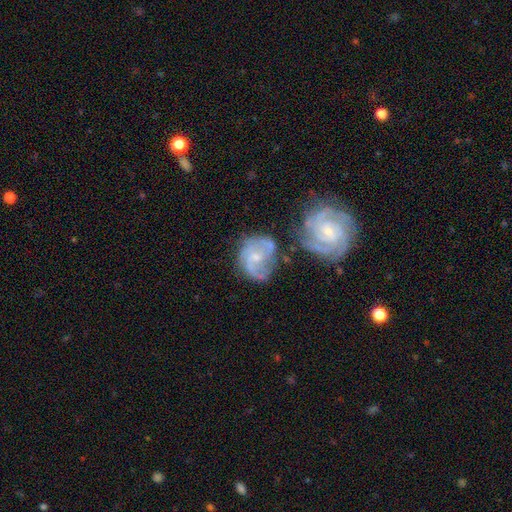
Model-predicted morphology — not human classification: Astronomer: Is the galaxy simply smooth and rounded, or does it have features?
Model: featured or disk — 80%.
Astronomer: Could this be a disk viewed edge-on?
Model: no — 98%.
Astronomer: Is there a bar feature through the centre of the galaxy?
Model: no — 58% (runner-up: weak, 36%).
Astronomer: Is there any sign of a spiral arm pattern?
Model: yes — 93%.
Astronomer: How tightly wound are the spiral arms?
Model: medium — 44% (runner-up: tight, 40%).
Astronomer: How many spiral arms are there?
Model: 3 — 34% (runner-up: 2, 26%).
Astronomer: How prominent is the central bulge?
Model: small — 65%.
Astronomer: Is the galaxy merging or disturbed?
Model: none — 43% (runner-up: merger, 23%).